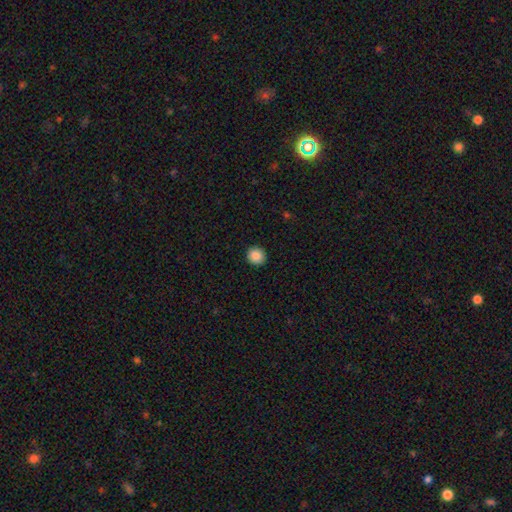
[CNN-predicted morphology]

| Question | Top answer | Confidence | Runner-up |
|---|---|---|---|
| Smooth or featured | smooth | 85% | star or artifact (9%) |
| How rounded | round | 91% | in between (9%) |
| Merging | none | 93% | minor disturbance (5%) |